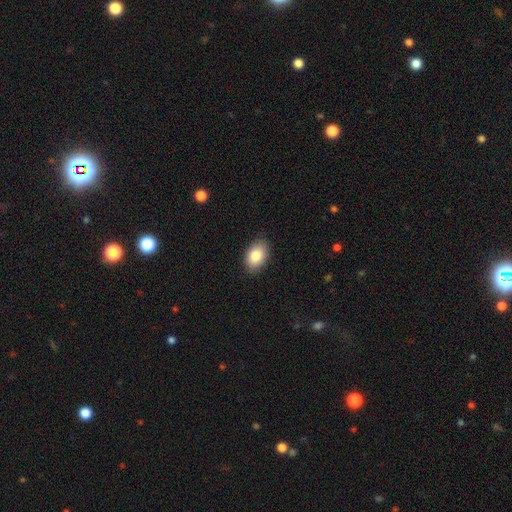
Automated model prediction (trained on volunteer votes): A smooth galaxy with no disk features (85%) that is in between round and cigar-shaped (88%).

Vote fractions:
- Smooth or featured? smooth: 85% / featured or disk: 8% / star or artifact: 7%
- How rounded? in between: 88% / round: 11% / cigar-shaped: 1%
- Merging? none: 87% / minor disturbance: 10% / major disturbance: 2% / merger: 1%